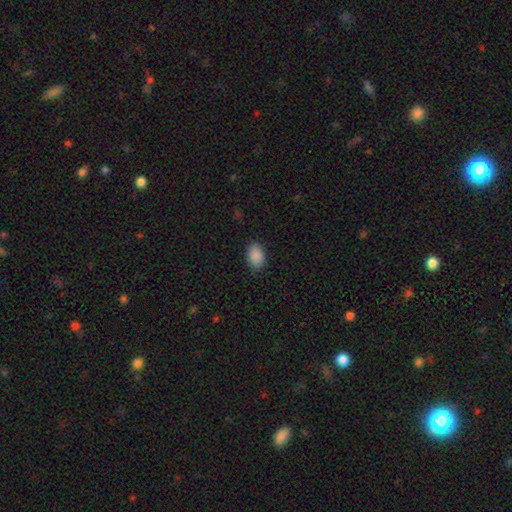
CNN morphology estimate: smooth-or-featured: smooth: 90% | star or artifact: 8% | featured or disk: 3%
  how-rounded: in between: 83% | round: 16% | cigar-shaped: 1%
  merging: none: 86% | minor disturbance: 11% | major disturbance: 3% | merger: 1%